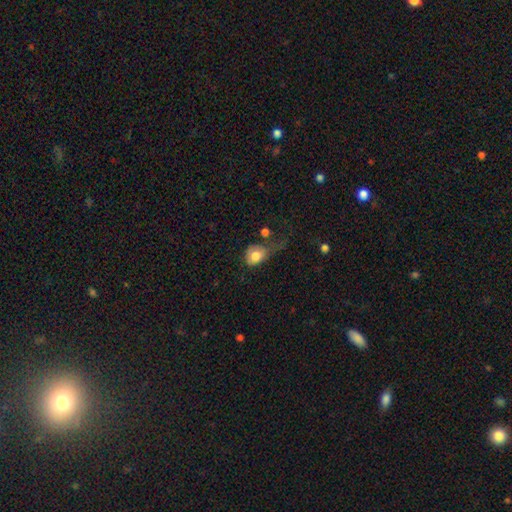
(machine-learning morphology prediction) Smooth or featured?
  - smooth: 79% *
  - featured or disk: 14%
  - star or artifact: 8%
How rounded?
  - in between: 59% *
  - round: 39%
  - cigar-shaped: 1%
Merging?
  - major disturbance: 43% *
  - minor disturbance: 27%
  - none: 21%
  - merger: 9%